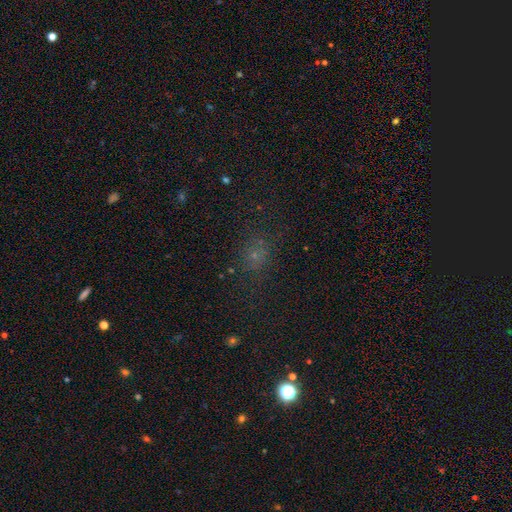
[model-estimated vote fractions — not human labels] Smooth or featured?
  - smooth: 56% *
  - star or artifact: 33%
  - featured or disk: 11%
How rounded?
  - round: 65% *
  - in between: 33%
  - cigar-shaped: 2%
Merging?
  - none: 74% *
  - minor disturbance: 15%
  - major disturbance: 9%
  - merger: 2%